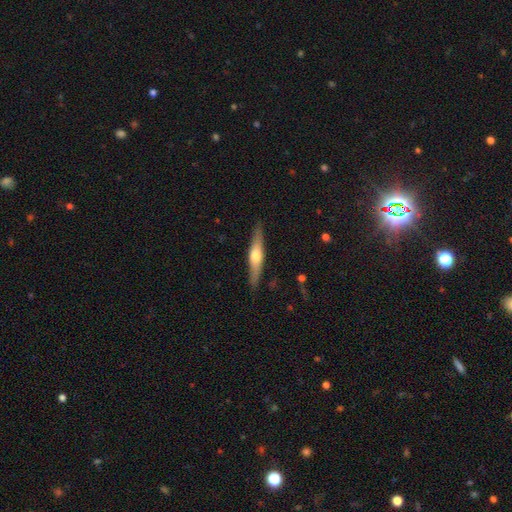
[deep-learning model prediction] Morphology: type=featured or disk (60%); edge-on=yes (95%); edge-on bulge=rounded (90%); merging=none (88%).